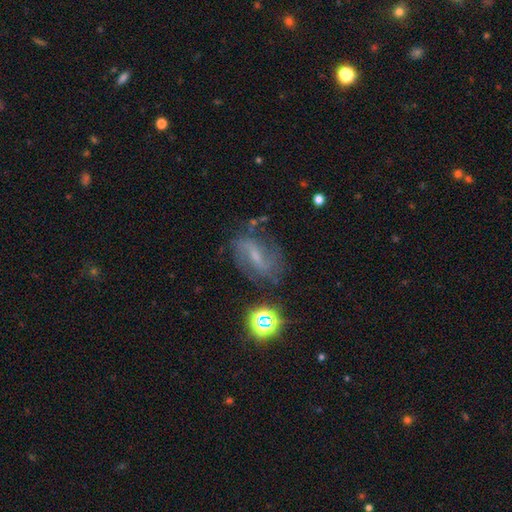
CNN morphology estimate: Smooth or featured? Predicted: featured or disk (p=0.67). Edge-on disk? Predicted: no (p=0.94). Bar? Predicted: weak (p=0.48). Spiral arms? Predicted: yes (p=0.87). Spiral winding? Predicted: loose (p=0.44). Spiral arm count? Predicted: 2 (p=0.78). Bulge size? Predicted: small (p=0.56). Merging? Predicted: none (p=0.68).